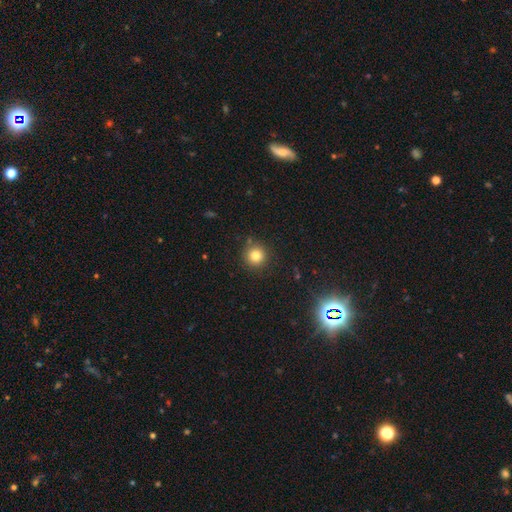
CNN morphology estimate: smooth 81%, star or artifact 12%, featured or disk 6%. Down the decision tree: how rounded — round (94%); merging — none (86%).